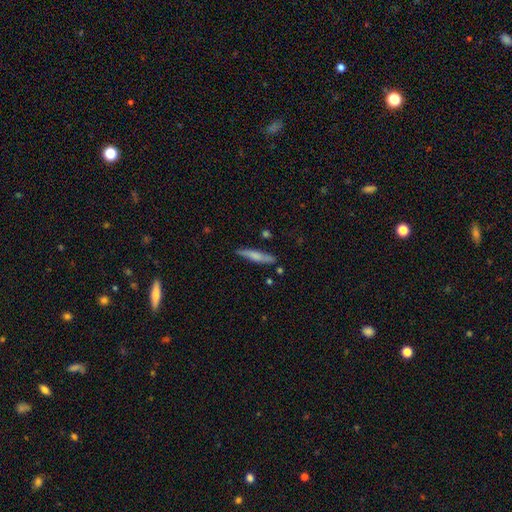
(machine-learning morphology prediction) Smooth or featured?
  - smooth: 63% *
  - featured or disk: 31%
  - star or artifact: 6%
How rounded?
  - cigar-shaped: 91% *
  - in between: 8%
  - round: 2%
Merging?
  - none: 83% *
  - minor disturbance: 12%
  - merger: 3%
  - major disturbance: 2%